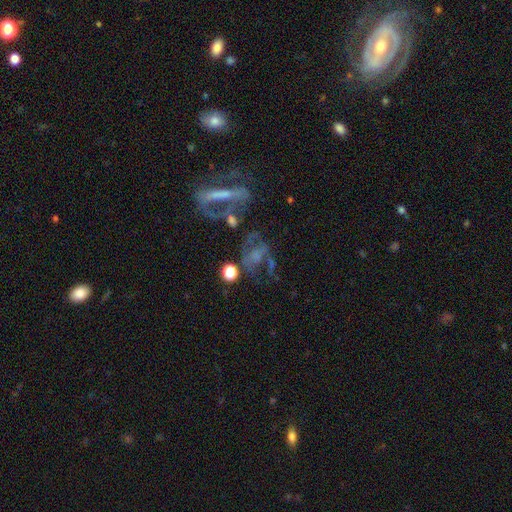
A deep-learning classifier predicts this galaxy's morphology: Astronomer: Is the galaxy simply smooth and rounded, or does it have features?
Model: featured or disk — 56%.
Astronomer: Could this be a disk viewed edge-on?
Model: no — 92%.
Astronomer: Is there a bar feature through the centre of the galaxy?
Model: no — 64%.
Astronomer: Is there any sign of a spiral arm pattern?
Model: yes — 53% (runner-up: no, 47%).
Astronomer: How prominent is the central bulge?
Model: none — 45% (runner-up: moderate, 23%).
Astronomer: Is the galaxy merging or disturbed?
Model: none — 37% (runner-up: major disturbance, 28%).